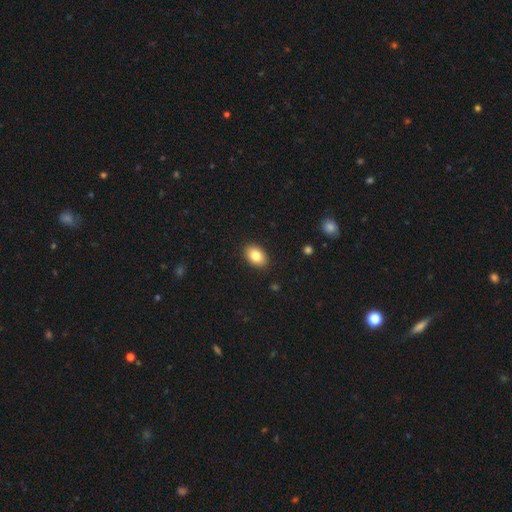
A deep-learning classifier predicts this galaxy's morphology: This is clearly a smooth galaxy (82%). How rounded: clearly in between (85%). Merging: clearly none (90%).